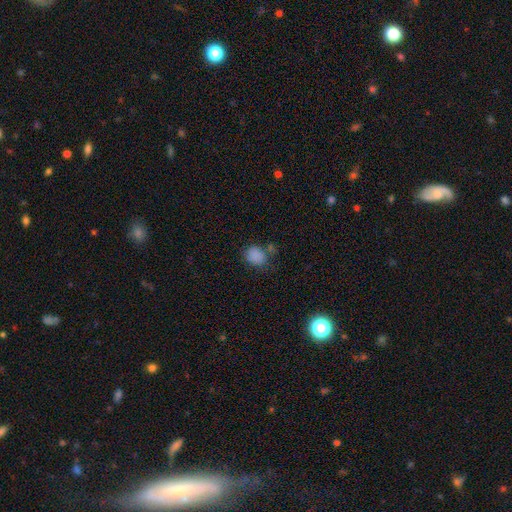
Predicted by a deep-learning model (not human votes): smooth 83%, star or artifact 12%, featured or disk 5%. Down the decision tree: how rounded — round (54%); merging — none (64%).